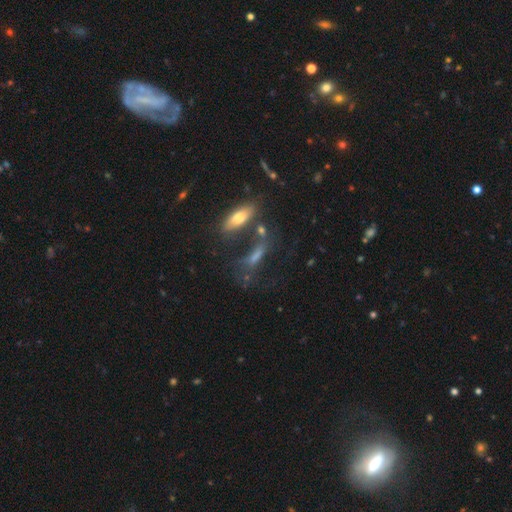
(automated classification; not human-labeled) smooth 45%, featured or disk 35%, star or artifact 21%. Down the decision tree: merging — none (46%).